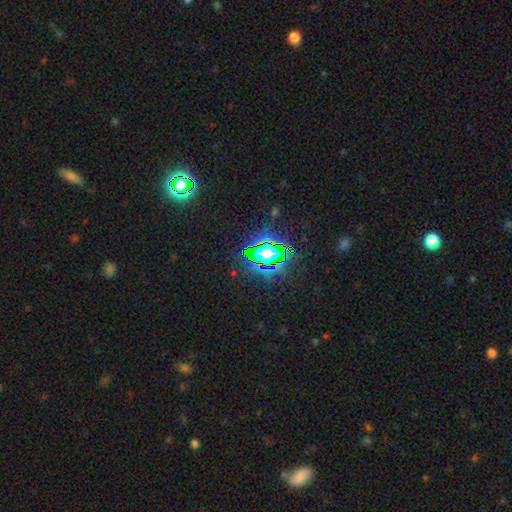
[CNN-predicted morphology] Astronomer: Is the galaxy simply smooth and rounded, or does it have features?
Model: star or artifact — 76%.